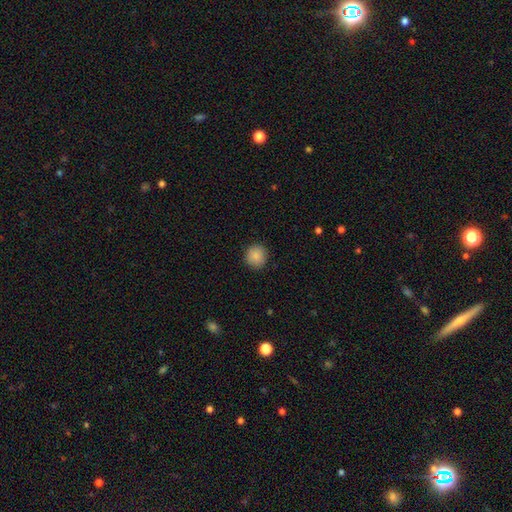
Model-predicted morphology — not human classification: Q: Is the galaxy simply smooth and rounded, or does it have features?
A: smooth — 88%.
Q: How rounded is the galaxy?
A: round — 93%.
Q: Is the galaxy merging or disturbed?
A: none — 91%.